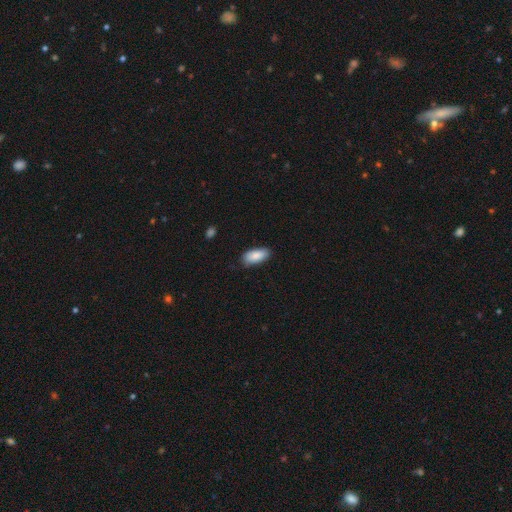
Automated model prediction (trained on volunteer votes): This is clearly a smooth galaxy (88%). How rounded: clearly in between (89%). Merging: clearly none (80%).